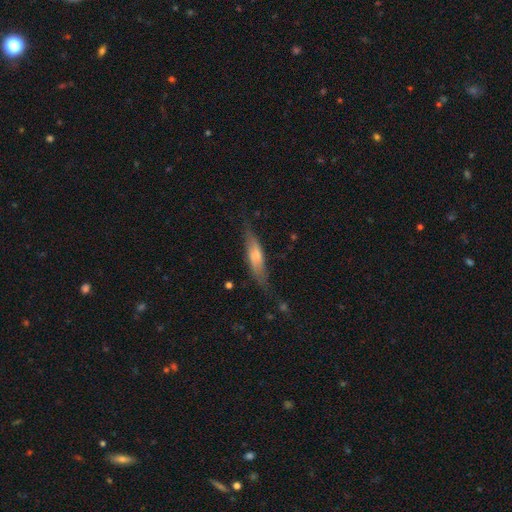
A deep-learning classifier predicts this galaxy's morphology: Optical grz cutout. It shows a smooth galaxy with no disk features (57%) that is cigar-shaped (71%). Merging: none (70%).